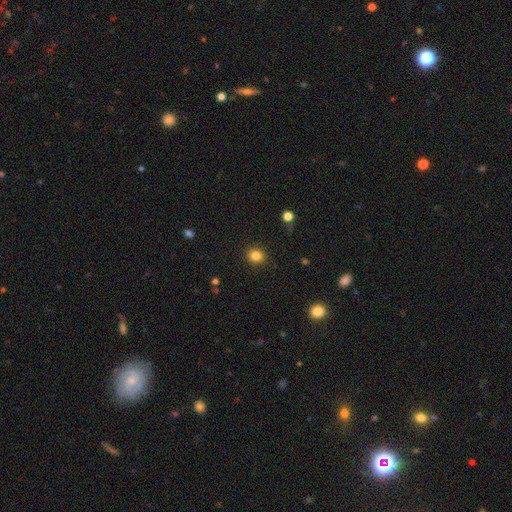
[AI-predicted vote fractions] Morphology: type=smooth (84%); roundness=round (77%); merging=none (90%).